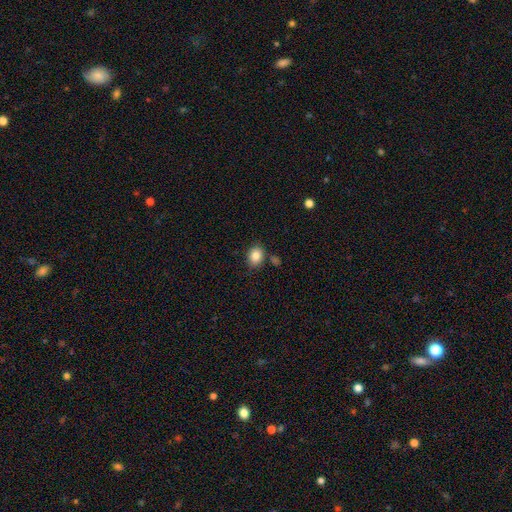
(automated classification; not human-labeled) A smooth galaxy with no disk features (85%) that is in between round and cigar-shaped (50%, tied with round).

Vote fractions:
- Smooth or featured? smooth: 85% / star or artifact: 9% / featured or disk: 6%
- How rounded? in between: 50% (tied) / round: 50% (tied) / cigar-shaped: 1%
- Merging? none: 79% / minor disturbance: 12% / merger: 6% / major disturbance: 3%